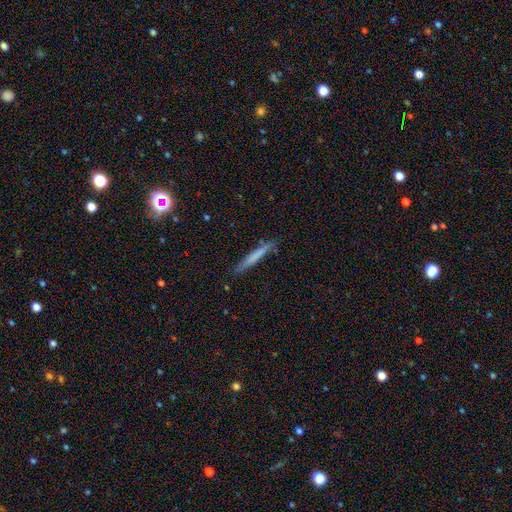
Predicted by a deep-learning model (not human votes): A smooth galaxy with no disk features (62%) that is cigar-shaped (96%).

Vote fractions:
- Smooth or featured? smooth: 62% / featured or disk: 31% / star or artifact: 6%
- How rounded? cigar-shaped: 96% / in between: 3% / round: 1%
- Merging? none: 84% / minor disturbance: 12% / major disturbance: 2% / merger: 2%